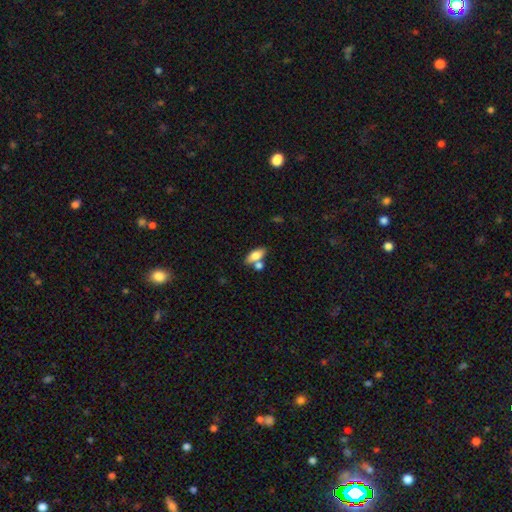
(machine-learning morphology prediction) This appears to be a smooth galaxy with no disk features (77%) that is in between round and cigar-shaped (85%). Merging: none (56%).